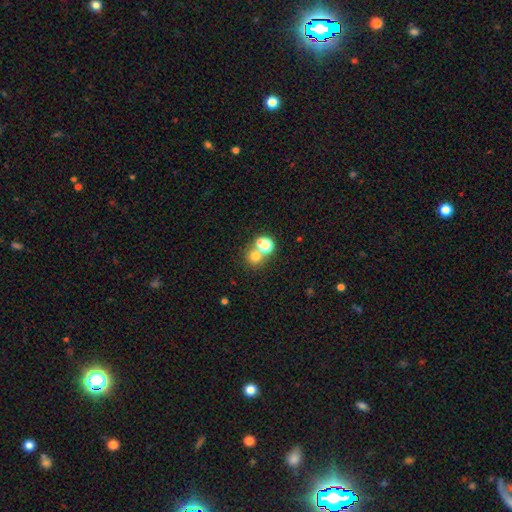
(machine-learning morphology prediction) smooth_or_featured: smooth (p=0.71) [alt: star or artifact p=0.18]
how_rounded: round (p=0.80) [alt: in between p=0.19]
merging: none (p=0.47) [alt: merger p=0.43]